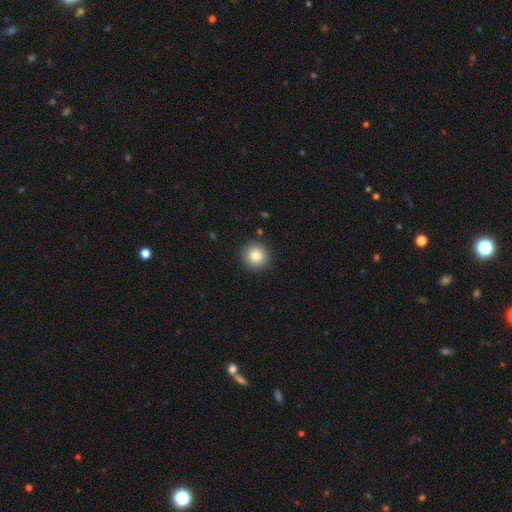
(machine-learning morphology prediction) This is clearly a smooth galaxy (85%). How rounded: clearly round (94%). Merging: clearly none (90%).